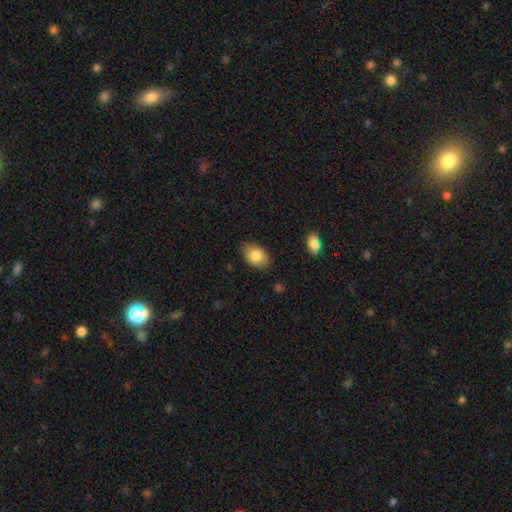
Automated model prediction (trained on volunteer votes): This is clearly a smooth galaxy (85%). How rounded: clearly in between (86%). Merging: clearly none (81%).